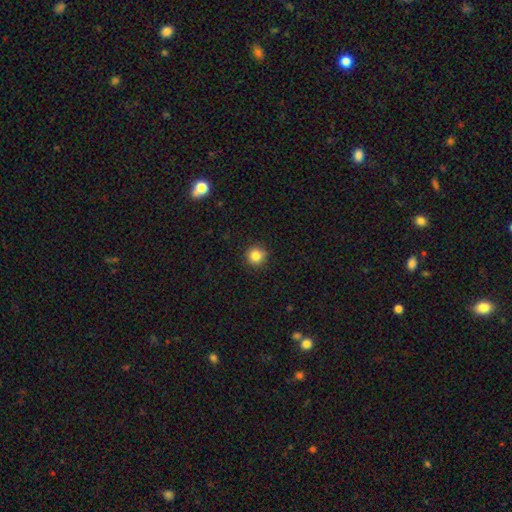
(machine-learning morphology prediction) smooth_or_featured: smooth (p=0.84) [alt: star or artifact p=0.11]
how_rounded: round (p=0.94) [alt: in between p=0.05]
merging: none (p=0.90) [alt: minor disturbance p=0.07]